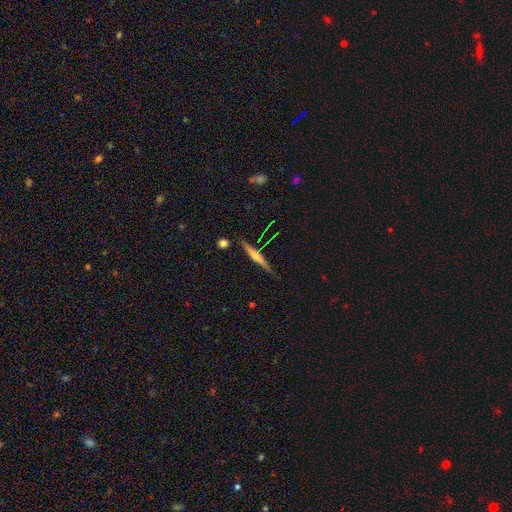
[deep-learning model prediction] A featured or disk galaxy (56%) viewed edge-on (96%) with a rounded central bulge (54%). Merging: none (84%).